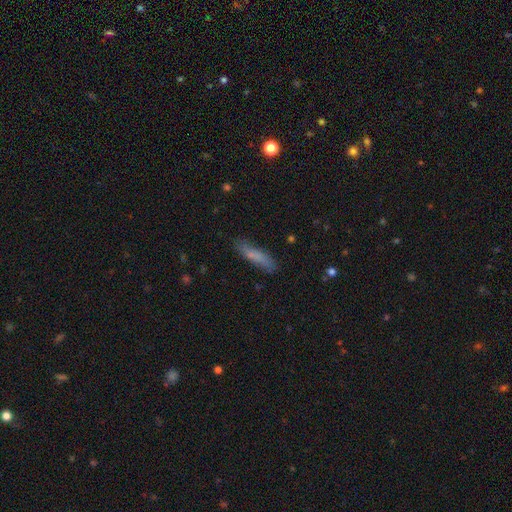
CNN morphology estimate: This is likely a smooth galaxy (74%). How rounded: likely cigar-shaped (79%). Merging: likely none (79%).